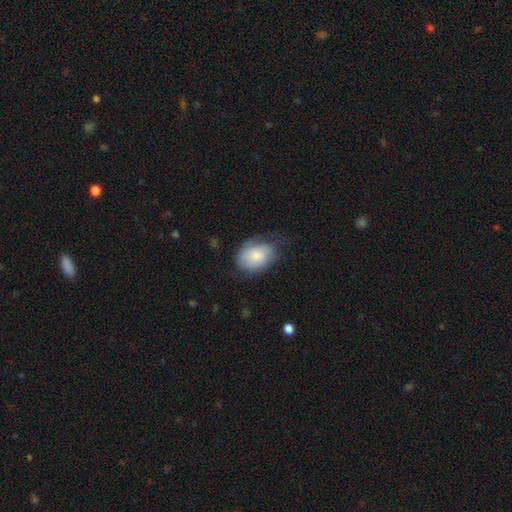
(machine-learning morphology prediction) Q: Smooth or featured?
A: smooth (74%); runner-up: featured or disk (19%)
Q: How rounded?
A: in between (78%); runner-up: round (21%)
Q: Merging?
A: none (53%); runner-up: minor disturbance (32%)